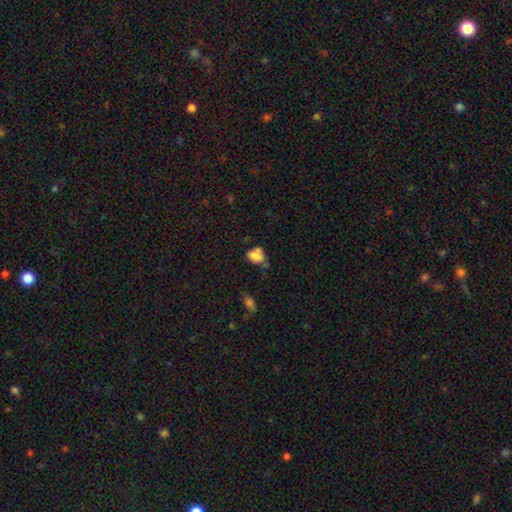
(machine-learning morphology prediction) Smooth or featured? smooth (70%)
How rounded? in between (74%)
Merging? none (36%)